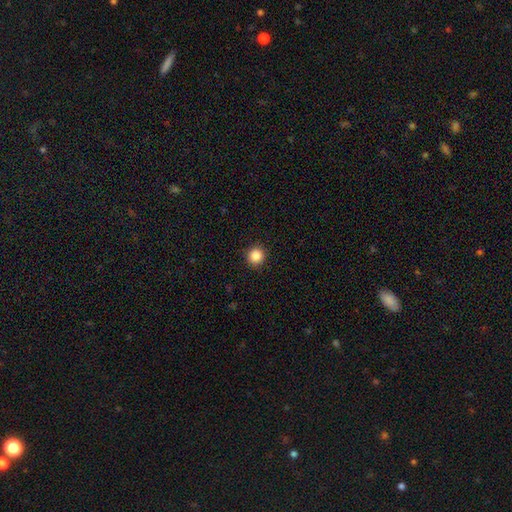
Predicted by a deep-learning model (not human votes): smooth-or-featured: smooth: 86% | star or artifact: 10% | featured or disk: 4%
  how-rounded: round: 93% | in between: 6% | cigar-shaped: 1%
  merging: none: 92% | minor disturbance: 5% | major disturbance: 2% | merger: 1%